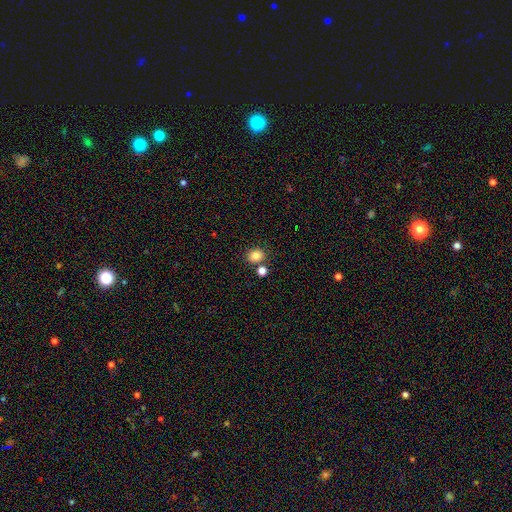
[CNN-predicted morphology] Overall: smooth (84%). How rounded: round (61%; in between 38%). Merging: none (75%).